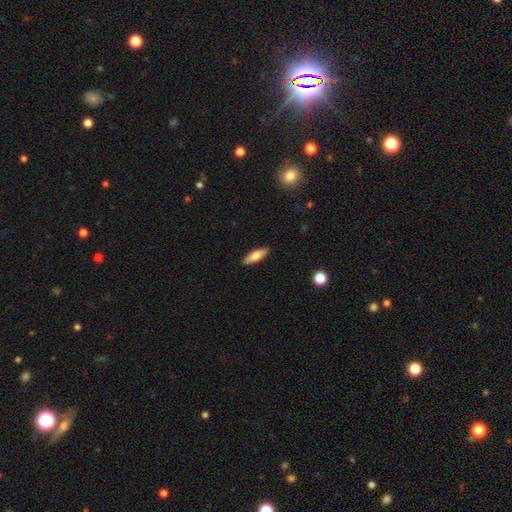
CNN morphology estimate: This appears to be a smooth galaxy with no disk features (75%) that is in between round and cigar-shaped (55%). Merging: none (89%).